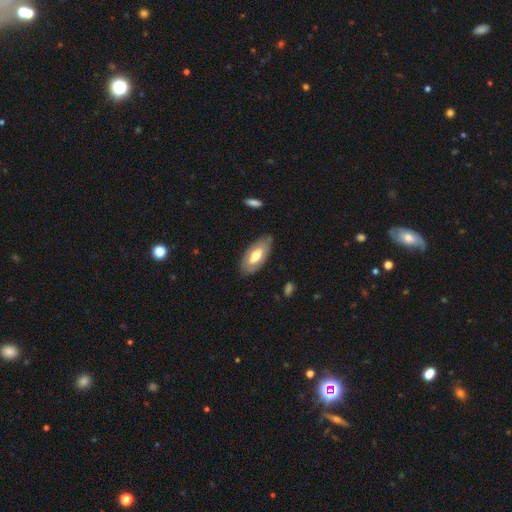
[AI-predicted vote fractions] Smooth or featured: smooth — 51% (featured or disk — 44%)
How rounded: in between — 88% (cigar-shaped — 10%)
Merging: none — 82% (minor disturbance — 14%)